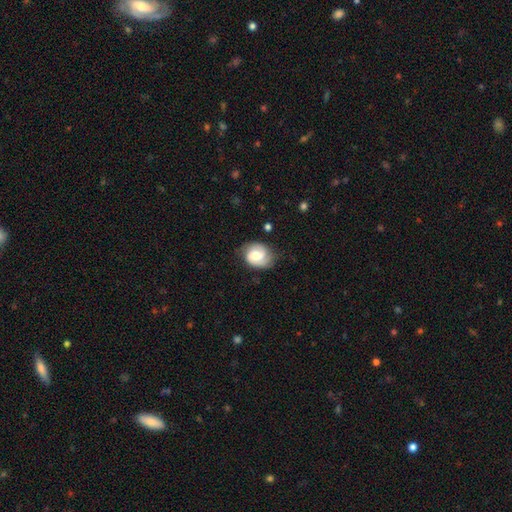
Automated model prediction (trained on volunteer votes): smooth_or_featured: featured or disk (p=0.68) [alt: smooth p=0.25]
disk_edge_on: no (p=0.98) [alt: yes p=0.02]
bar: no (p=0.46) [alt: weak p=0.44]
has_spiral_arms: yes (p=0.93) [alt: no p=0.07]
spiral_winding: medium (p=0.43) [alt: tight p=0.42]
spiral_arm_count: 2 (p=0.81) [alt: can't tell p=0.09]
bulge_size: moderate (p=0.59) [alt: small p=0.26]
merging: none (p=0.72) [alt: minor disturbance p=0.21]